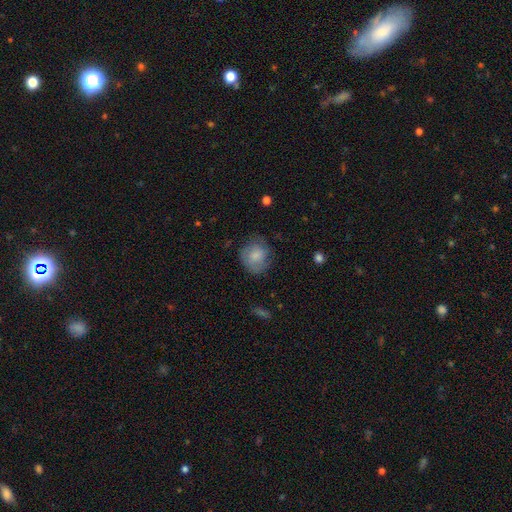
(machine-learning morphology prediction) Smooth or featured? Predicted: smooth (p=0.77). How rounded? Predicted: round (p=0.76). Merging? Predicted: none (p=0.64).